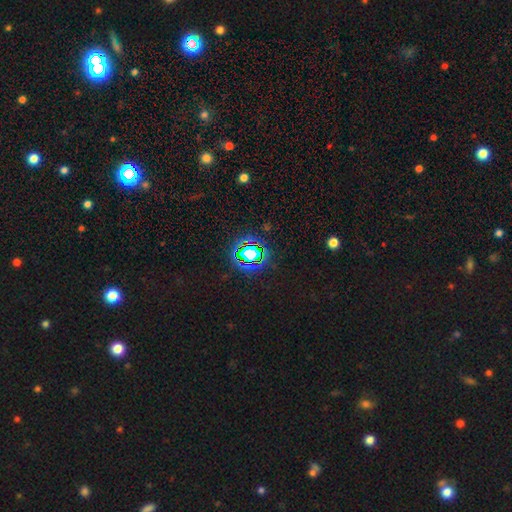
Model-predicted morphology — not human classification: star or artifact 79%, smooth 13%, featured or disk 8%.